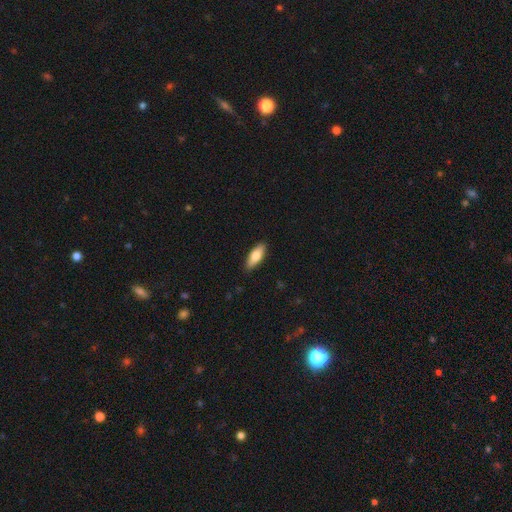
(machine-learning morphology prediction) Smooth or featured? Predicted: smooth (p=0.76). How rounded? Predicted: in between (p=0.67). Merging? Predicted: none (p=0.88).